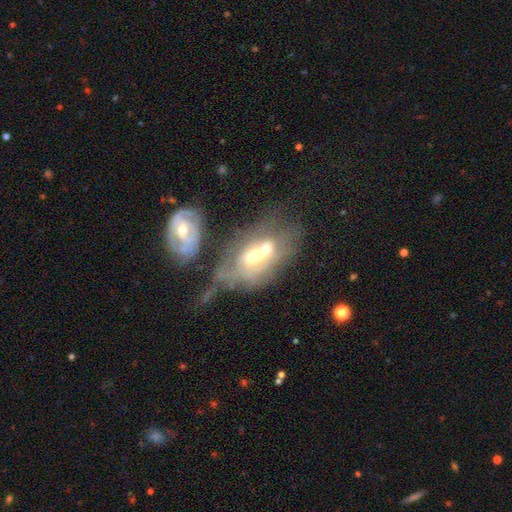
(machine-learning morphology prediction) Smooth or featured? featured or disk (57%)
Edge-on disk? no (93%)
Bar? no (76%)
Spiral arms? no (63%)
Bulge size? moderate (66%)
Merging? merger (60%)